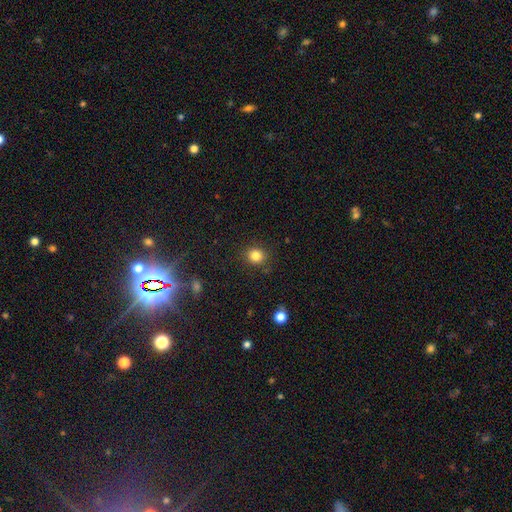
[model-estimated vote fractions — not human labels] smooth-or-featured: smooth: 83% | star or artifact: 12% | featured or disk: 5%
  how-rounded: round: 83% | in between: 16% | cigar-shaped: 1%
  merging: none: 87% | minor disturbance: 8% | major disturbance: 3% | merger: 2%